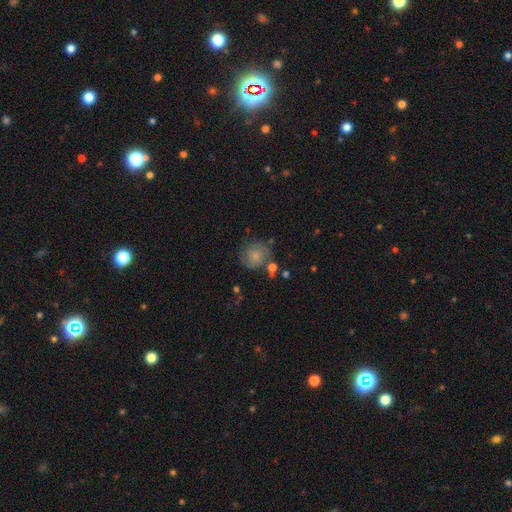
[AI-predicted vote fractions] Smooth or featured? Predicted: smooth (p=0.59). How rounded? Predicted: round (p=0.80). Merging? Predicted: none (p=0.63).